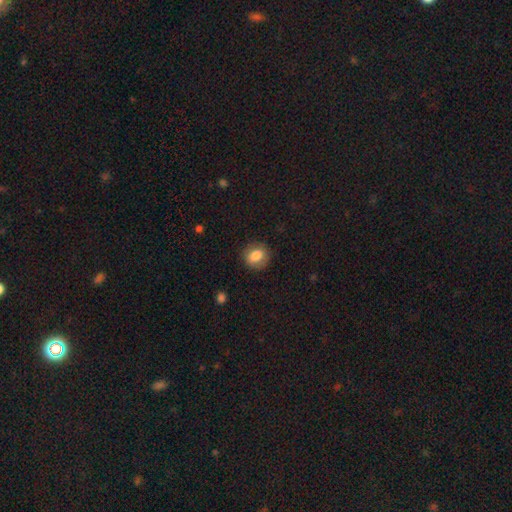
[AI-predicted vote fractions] The model was most divided on "how rounded": round: 69%, in between: 30%, cigar-shaped: 1%. More confident: merging — none (85%); smooth or featured — smooth (82%).